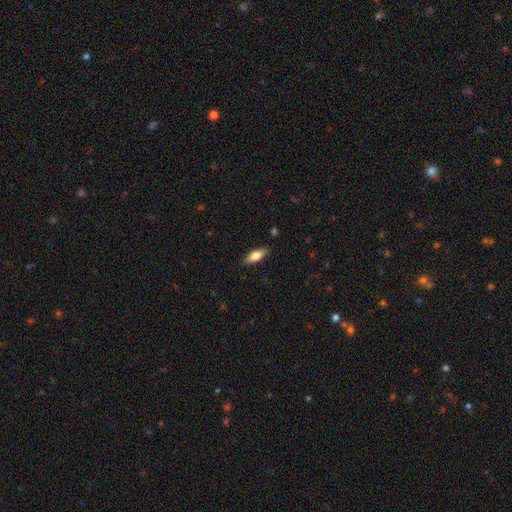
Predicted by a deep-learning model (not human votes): This appears to be a smooth galaxy with no disk features (74%) that is in between round and cigar-shaped (74%). Merging: none (85%).